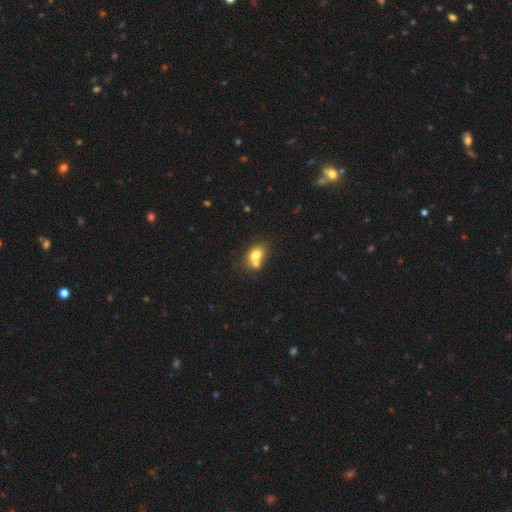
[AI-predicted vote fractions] Smooth or featured: smooth — 72% (featured or disk — 18%)
How rounded: in between — 62% (round — 37%)
Merging: merger — 53% (none — 32%)